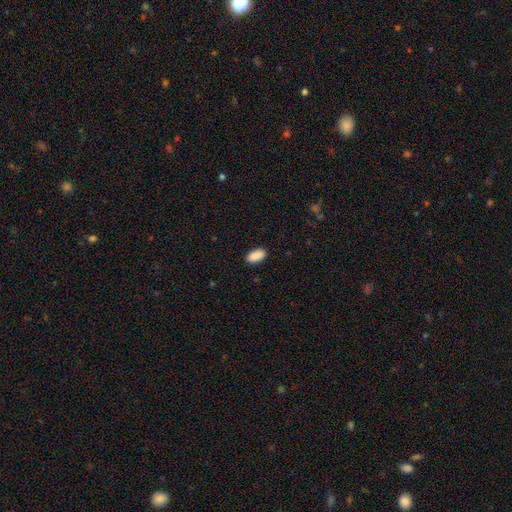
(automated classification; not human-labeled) This appears to be a smooth galaxy with no disk features (89%) that is in between round and cigar-shaped (94%). Merging: none (87%).